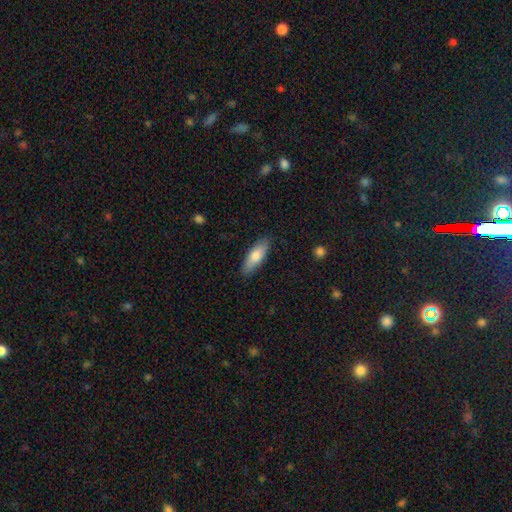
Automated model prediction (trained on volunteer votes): Smooth or featured? smooth (75%)
How rounded? in between (59%)
Merging? none (86%)